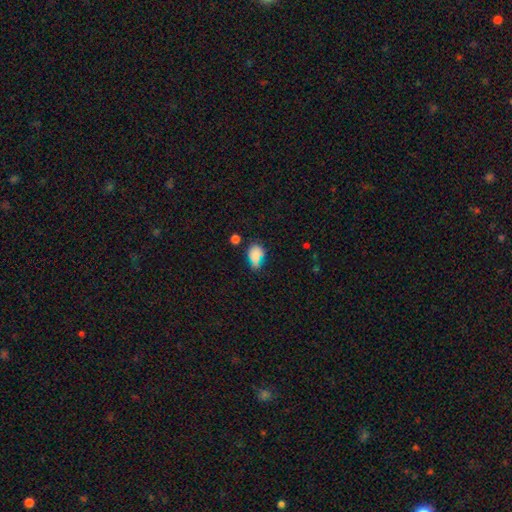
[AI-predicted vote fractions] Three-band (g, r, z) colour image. It shows a smooth galaxy with no disk features (74%) that is in between round and cigar-shaped (71%). Merging: none (51%).